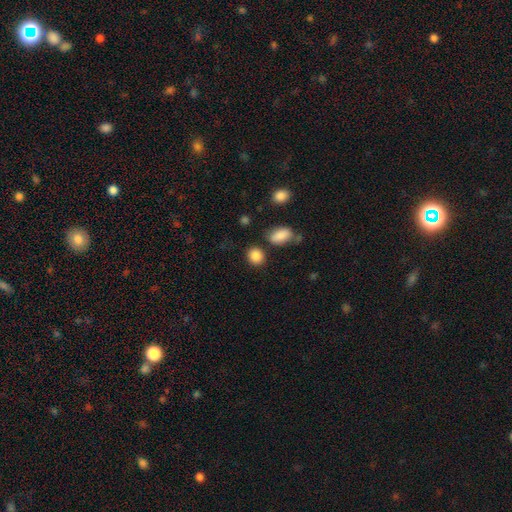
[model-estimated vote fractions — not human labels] The model was most divided on "how rounded": round: 68%, in between: 31%, cigar-shaped: 1%. More confident: smooth or featured — smooth (88%); merging — none (80%).